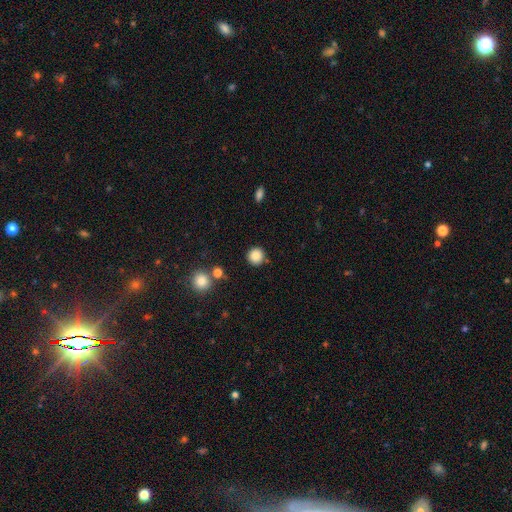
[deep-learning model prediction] Smooth or featured?
  - smooth: 86% *
  - star or artifact: 10%
  - featured or disk: 4%
How rounded?
  - round: 94% *
  - in between: 5%
  - cigar-shaped: 1%
Merging?
  - none: 88% *
  - minor disturbance: 7%
  - merger: 3%
  - major disturbance: 2%